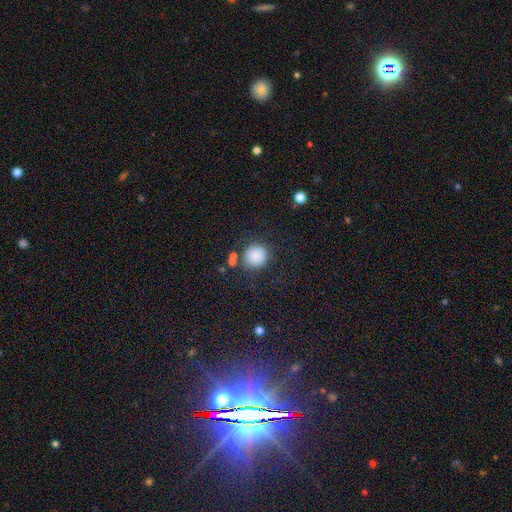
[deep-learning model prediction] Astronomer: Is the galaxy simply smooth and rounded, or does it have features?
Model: smooth — 86%.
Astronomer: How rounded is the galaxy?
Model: round — 92%.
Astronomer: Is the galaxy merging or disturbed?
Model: none — 78%.